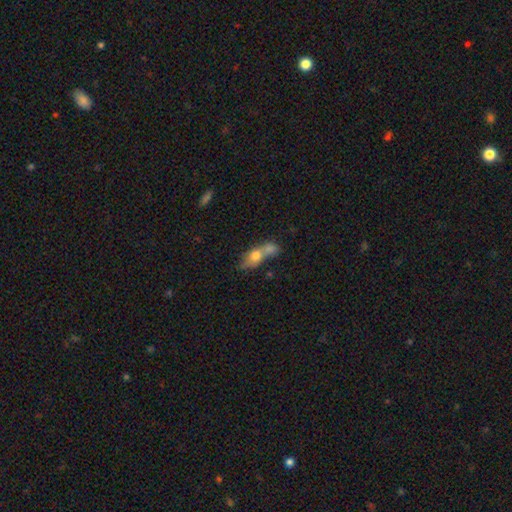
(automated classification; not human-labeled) Overall: smooth (60%; featured or disk 31%). How rounded: in between (58%; cigar-shaped 22%). Merging: merger (57%; none 25%).